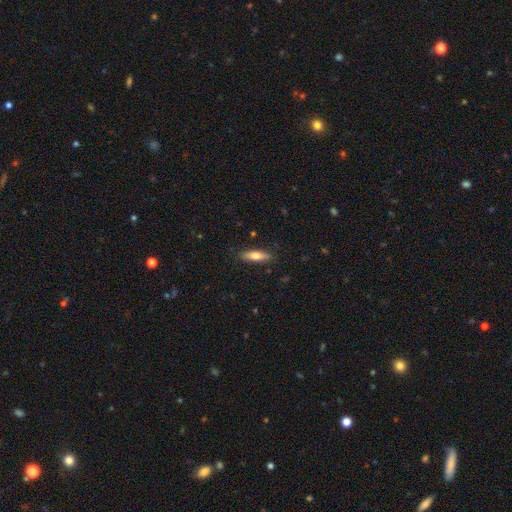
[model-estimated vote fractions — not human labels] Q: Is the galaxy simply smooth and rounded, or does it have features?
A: smooth — 71%.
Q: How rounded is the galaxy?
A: cigar-shaped — 59%.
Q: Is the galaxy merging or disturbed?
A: none — 87%.